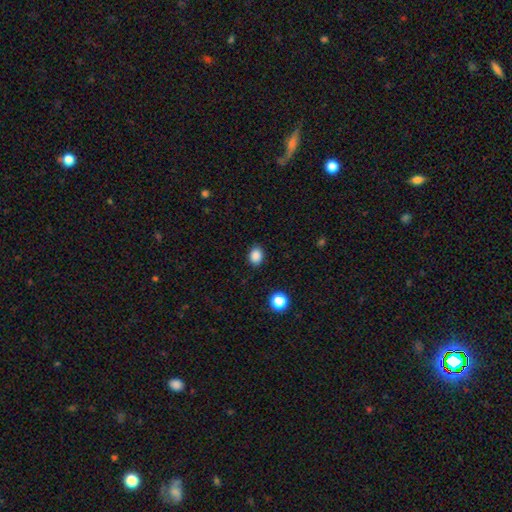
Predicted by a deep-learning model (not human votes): A smooth galaxy with no disk features (87%) that is in between round and cigar-shaped (58%).

Vote fractions:
- Smooth or featured? smooth: 87% / star or artifact: 10% / featured or disk: 3%
- How rounded? in between: 58% / round: 41% / cigar-shaped: 1%
- Merging? none: 88% / minor disturbance: 9% / major disturbance: 2% / merger: 1%